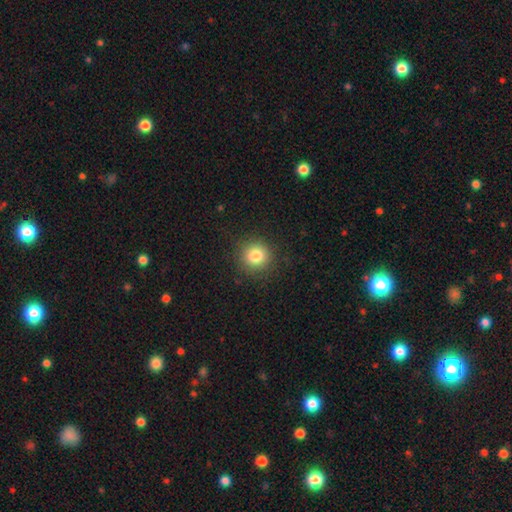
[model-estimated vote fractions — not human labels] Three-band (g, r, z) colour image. It shows a smooth galaxy with no disk features (83%) that is round (93%). Merging: none (90%).